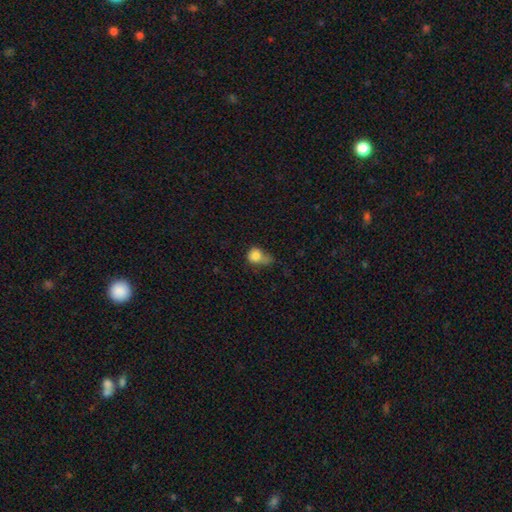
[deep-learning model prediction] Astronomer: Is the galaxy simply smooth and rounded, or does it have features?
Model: smooth — 80%.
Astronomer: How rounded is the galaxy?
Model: round — 64%.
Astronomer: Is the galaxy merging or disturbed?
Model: minor disturbance — 34% (runner-up: none, 29%).